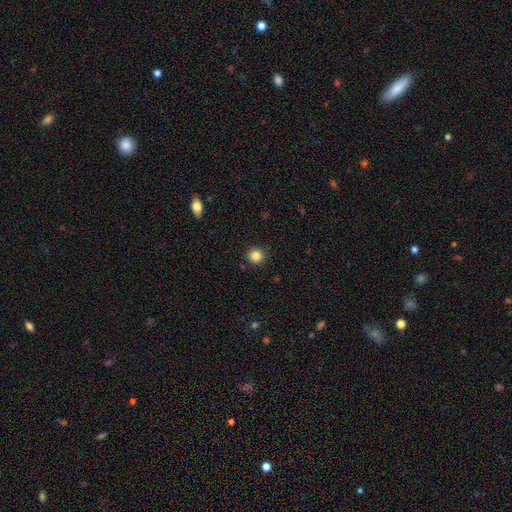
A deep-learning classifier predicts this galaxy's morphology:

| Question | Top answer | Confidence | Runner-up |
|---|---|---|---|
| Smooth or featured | smooth | 84% | star or artifact (12%) |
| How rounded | round | 94% | in between (5%) |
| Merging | none | 91% | minor disturbance (6%) |